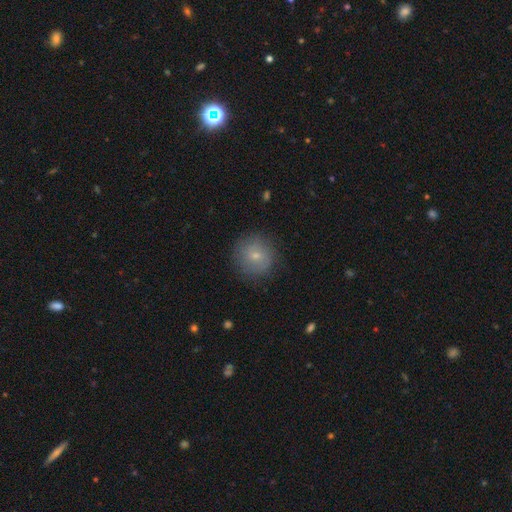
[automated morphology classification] Smooth or featured: smooth — 70% (featured or disk — 21%)
How rounded: round — 92% (in between — 7%)
Merging: none — 83% (minor disturbance — 12%)